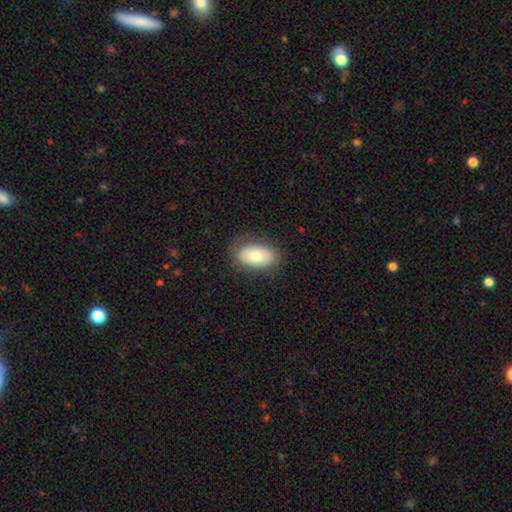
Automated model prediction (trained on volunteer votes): A smooth galaxy with no disk features (74%) that is in between round and cigar-shaped (92%). Merging: none (82%).